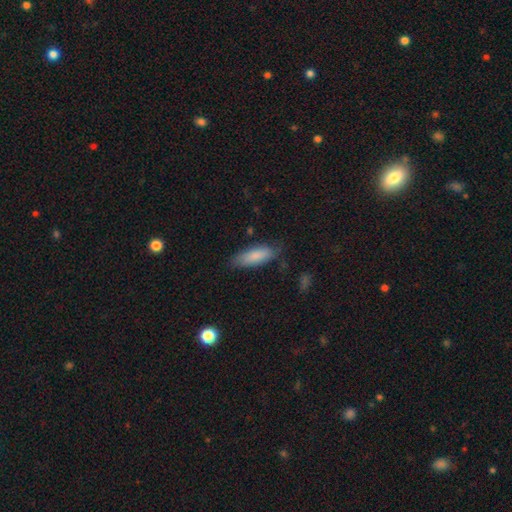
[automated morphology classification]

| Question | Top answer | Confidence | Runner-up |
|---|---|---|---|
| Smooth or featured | smooth | 84% | featured or disk (10%) |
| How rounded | in between | 62% | cigar-shaped (36%) |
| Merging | none | 74% | minor disturbance (20%) |